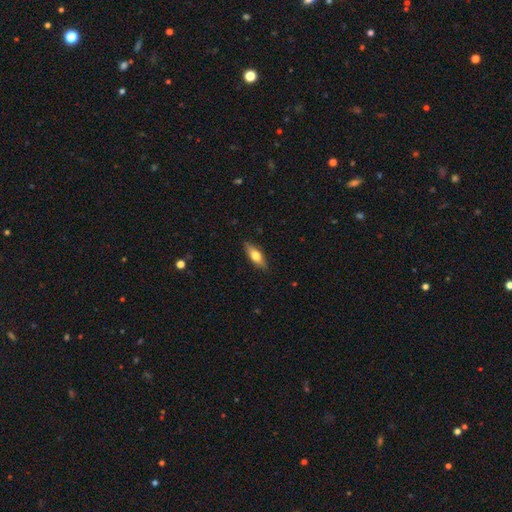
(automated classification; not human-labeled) A smooth galaxy with no disk features (63%) that is in between round and cigar-shaped (59%). Merging: none (86%).